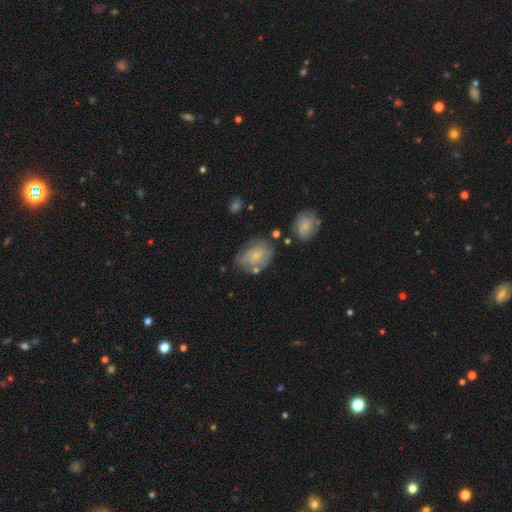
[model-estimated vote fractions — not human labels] smooth-or-featured: smooth: 57% | featured or disk: 36% | star or artifact: 8%
  how-rounded: in between: 73% | round: 26% | cigar-shaped: 1%
  merging: none: 52% | minor disturbance: 27% | major disturbance: 11% | merger: 9%